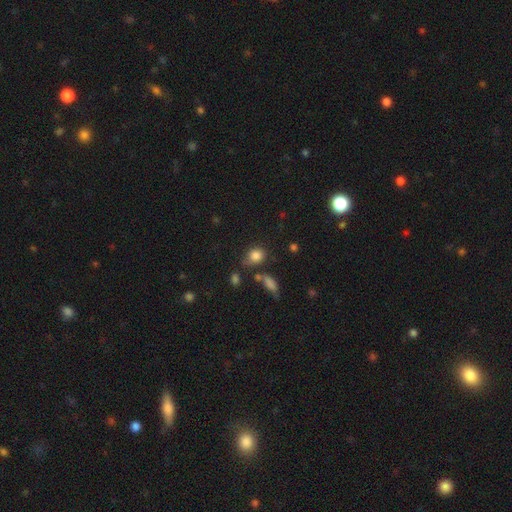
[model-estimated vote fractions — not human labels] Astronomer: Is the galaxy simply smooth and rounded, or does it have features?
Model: smooth — 83%.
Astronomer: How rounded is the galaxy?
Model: round — 52% (runner-up: in between, 46%).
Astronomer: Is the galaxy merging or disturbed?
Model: none — 59%.